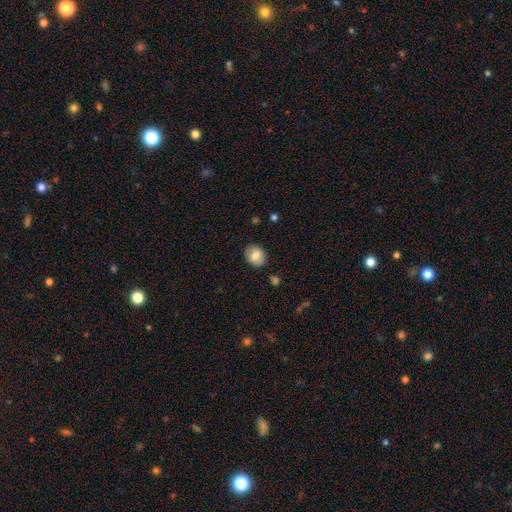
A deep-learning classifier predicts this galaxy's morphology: Smooth or featured: smooth — 76% (featured or disk — 16%)
How rounded: round — 56% (in between — 43%)
Merging: none — 83% (minor disturbance — 12%)